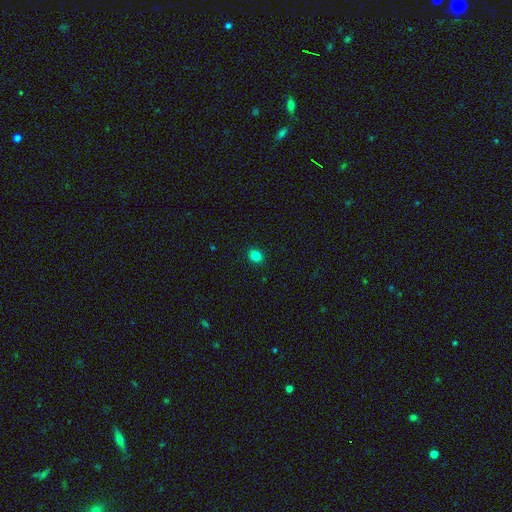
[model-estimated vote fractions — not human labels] A smooth galaxy with no disk features (83%) that is round (67%).

Vote fractions:
- Smooth or featured? smooth: 83% / star or artifact: 13% / featured or disk: 5%
- How rounded? round: 67% / in between: 32% / cigar-shaped: 1%
- Merging? none: 91% / minor disturbance: 6% / major disturbance: 2% / merger: 1%